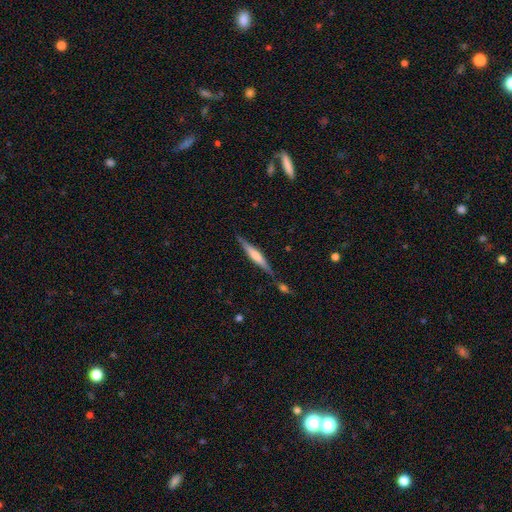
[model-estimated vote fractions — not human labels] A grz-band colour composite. It shows a featured or disk galaxy (55%) viewed edge-on (96%) with a rounded central bulge (48%). Merging: none (77%).